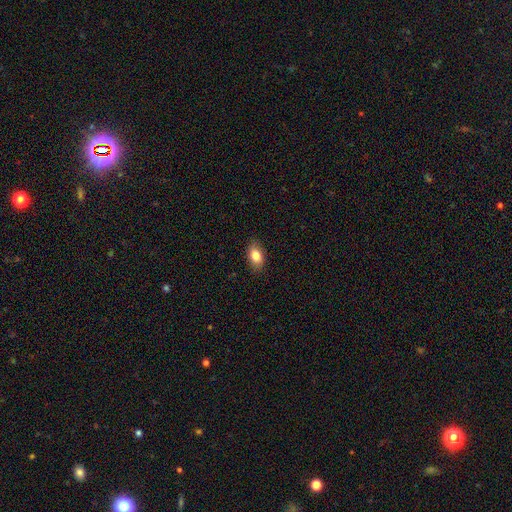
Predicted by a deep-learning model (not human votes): Smooth or featured? smooth (83%)
How rounded? in between (89%)
Merging? none (86%)